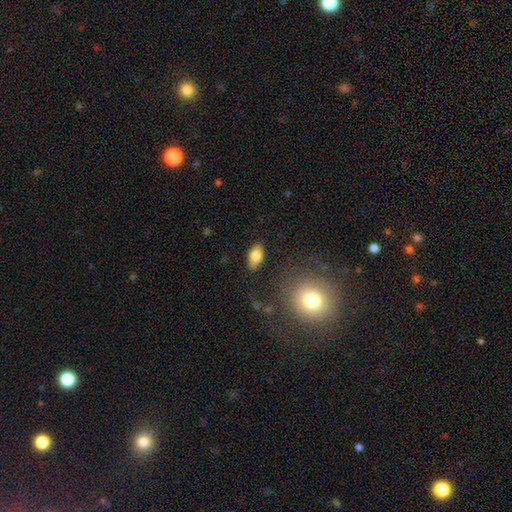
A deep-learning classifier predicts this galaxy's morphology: This appears to be a smooth galaxy with no disk features (79%) that is in between round and cigar-shaped (90%). Merging: none (85%).